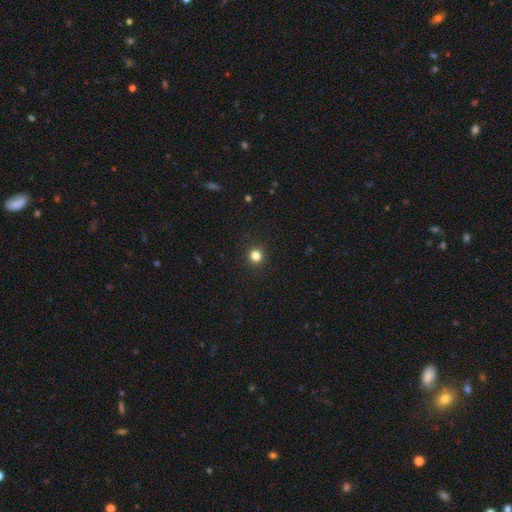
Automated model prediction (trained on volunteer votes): Overall: smooth (82%). How rounded: round (94%). Merging: none (93%).